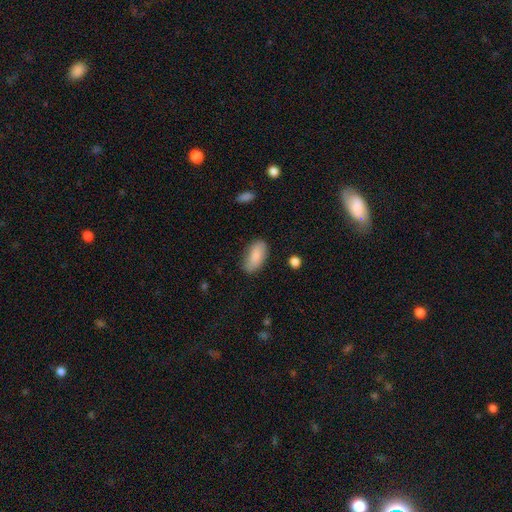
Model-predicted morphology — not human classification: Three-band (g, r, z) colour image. It shows a smooth galaxy with no disk features (85%) that is in between round and cigar-shaped (90%). Merging: none (75%).